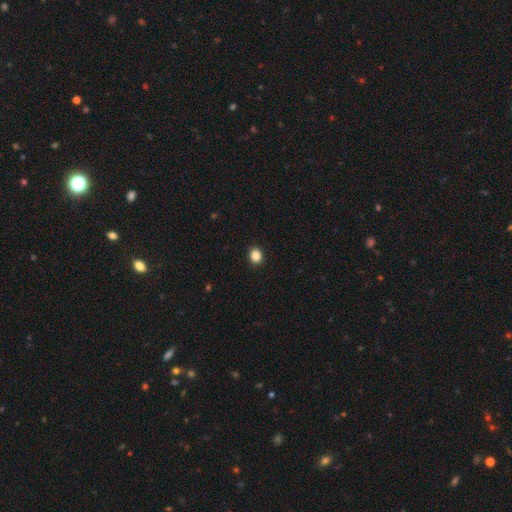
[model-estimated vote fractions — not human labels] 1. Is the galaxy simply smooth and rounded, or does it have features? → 86% smooth, 10% star or artifact, 3% featured or disk.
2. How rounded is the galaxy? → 64% round, 36% in between, 1% cigar-shaped.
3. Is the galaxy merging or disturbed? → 91% none, 6% minor disturbance, 2% major disturbance, 1% merger.